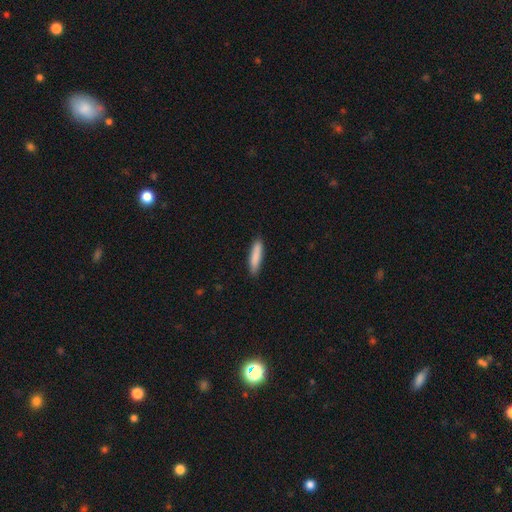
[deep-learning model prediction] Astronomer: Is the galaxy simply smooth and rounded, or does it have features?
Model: smooth — 86%.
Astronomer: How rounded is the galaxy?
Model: cigar-shaped — 80%.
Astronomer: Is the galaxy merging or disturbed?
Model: none — 88%.